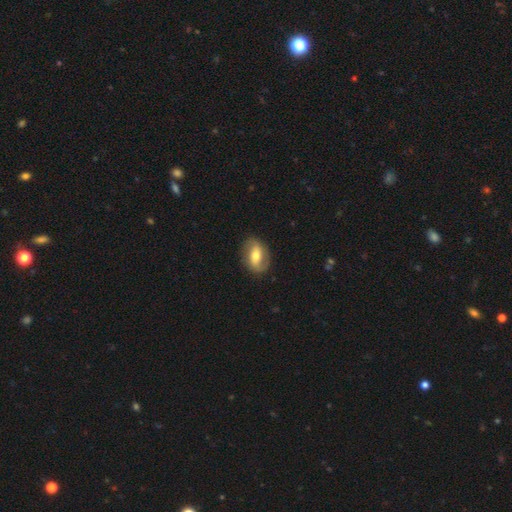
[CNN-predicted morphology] Smooth or featured? featured or disk (57%)
Edge-on disk? no (93%)
Bar? weak (38%)
Spiral arms? yes (74%)
Bulge size? moderate (65%)
Merging? none (82%)